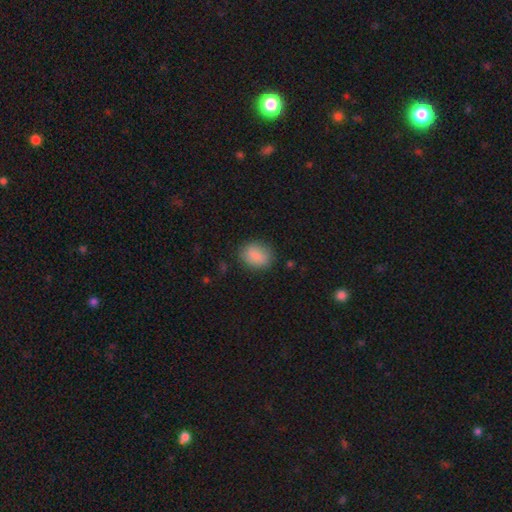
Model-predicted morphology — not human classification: This appears to be a smooth galaxy with no disk features (85%) that is in between round and cigar-shaped (55%). Merging: none (81%).